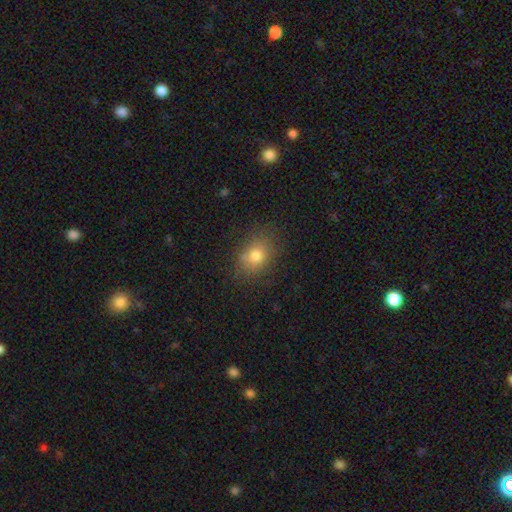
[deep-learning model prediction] Overall: smooth (77%). How rounded: in between (58%; round 41%). Merging: none (76%).